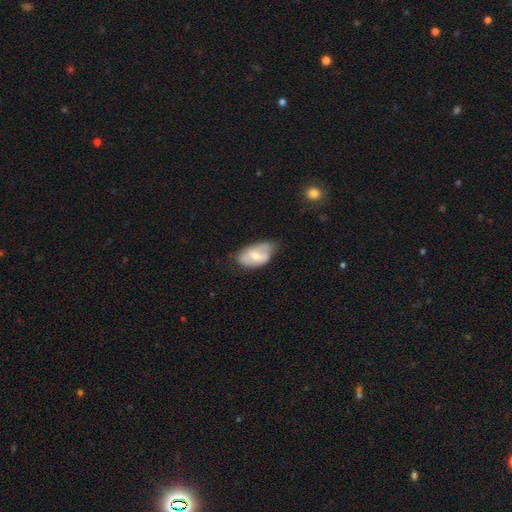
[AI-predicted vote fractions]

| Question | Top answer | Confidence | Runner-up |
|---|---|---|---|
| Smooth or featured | smooth | 58% | featured or disk (36%) |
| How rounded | in between | 93% | round (5%) |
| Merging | none | 50% | minor disturbance (38%) |